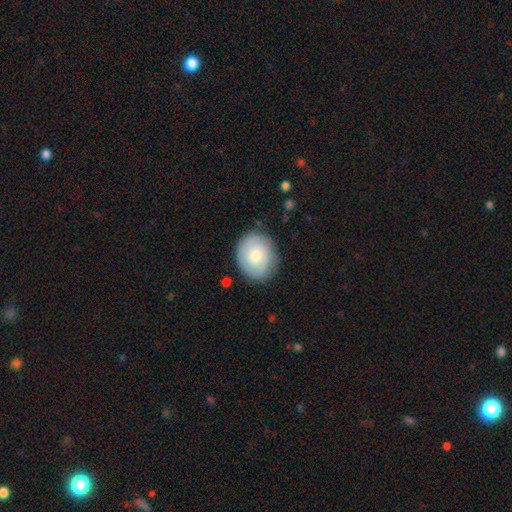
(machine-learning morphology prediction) Smooth or featured?
  - smooth: 69% *
  - featured or disk: 25%
  - star or artifact: 6%
How rounded?
  - round: 62% *
  - in between: 37%
  - cigar-shaped: 1%
Merging?
  - none: 83% *
  - minor disturbance: 12%
  - major disturbance: 3%
  - merger: 1%